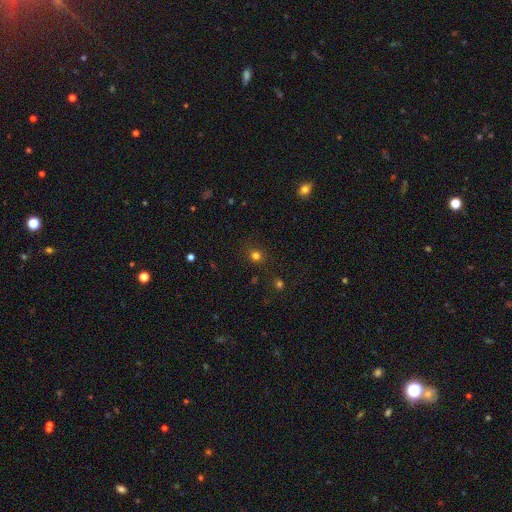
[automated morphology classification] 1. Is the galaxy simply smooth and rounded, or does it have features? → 73% smooth, 22% star or artifact, 5% featured or disk.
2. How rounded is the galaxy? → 88% round, 11% in between, 1% cigar-shaped.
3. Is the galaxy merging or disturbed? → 86% none, 9% minor disturbance, 3% major disturbance, 2% merger.